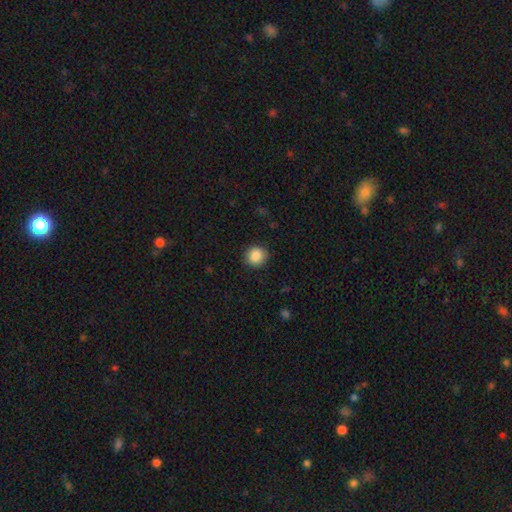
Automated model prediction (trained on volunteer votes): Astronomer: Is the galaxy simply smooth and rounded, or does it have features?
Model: smooth — 88%.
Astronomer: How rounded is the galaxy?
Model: round — 89%.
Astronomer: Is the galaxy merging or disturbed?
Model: none — 89%.